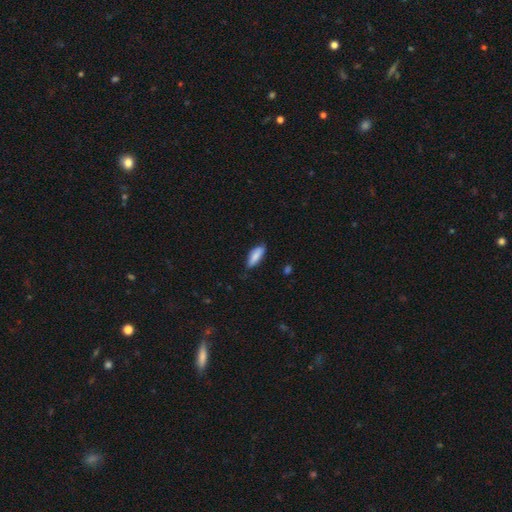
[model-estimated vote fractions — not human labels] Q: Smooth or featured?
A: smooth (83%); runner-up: featured or disk (11%)
Q: How rounded?
A: in between (62%); runner-up: cigar-shaped (36%)
Q: Merging?
A: none (75%); runner-up: minor disturbance (21%)